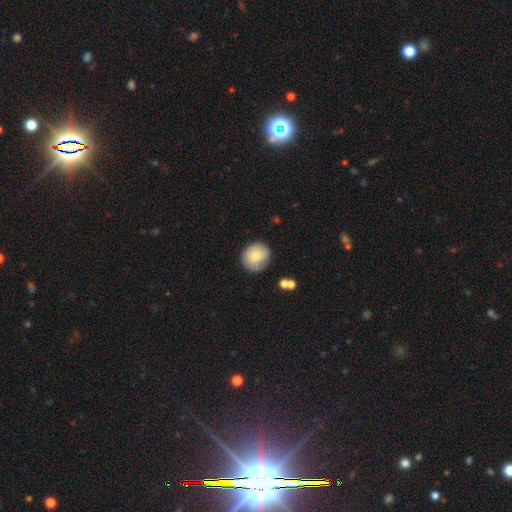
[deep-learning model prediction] This appears to be a smooth galaxy with no disk features (75%) that is round (84%). Merging: none (78%).